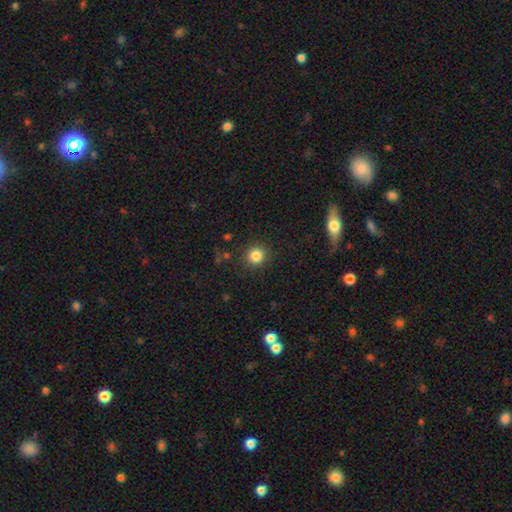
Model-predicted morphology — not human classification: The model was most divided on "smooth or featured": smooth: 84%, star or artifact: 11%, featured or disk: 4%. More confident: how rounded — round (92%); merging — none (90%).